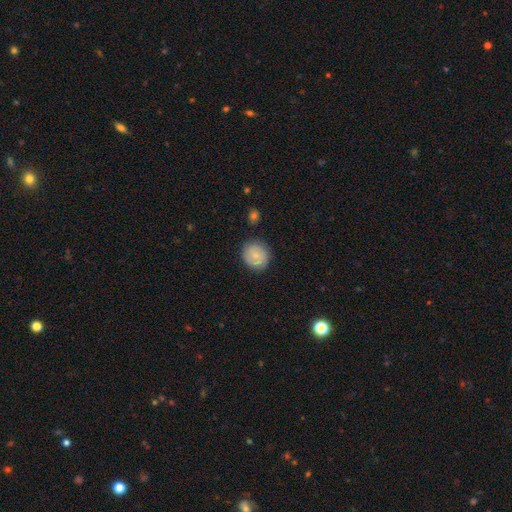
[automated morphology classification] Smooth or featured?
  - smooth: 70% *
  - featured or disk: 22%
  - star or artifact: 7%
How rounded?
  - round: 87% *
  - in between: 12%
  - cigar-shaped: 1%
Merging?
  - none: 85% *
  - minor disturbance: 11%
  - major disturbance: 3%
  - merger: 2%